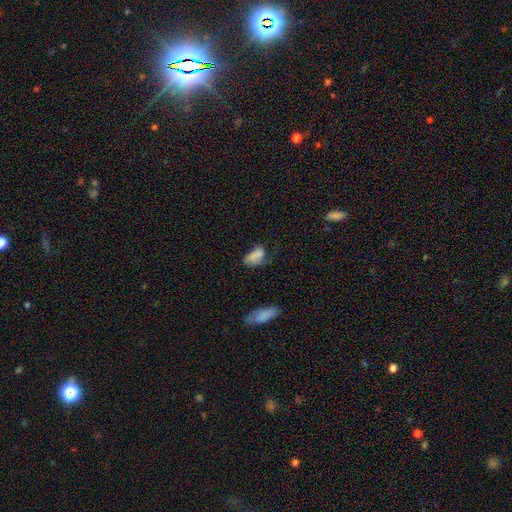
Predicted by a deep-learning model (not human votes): smooth_or_featured: smooth (p=0.76) [alt: featured or disk p=0.15]
how_rounded: in between (p=0.91) [alt: round p=0.05]
merging: none (p=0.32) [alt: major disturbance p=0.31]